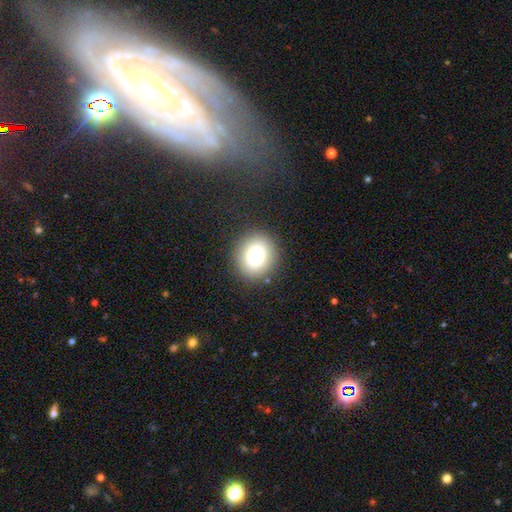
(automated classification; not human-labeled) Morphology: type=smooth (76%); roundness=round (83%); merging=none (88%).